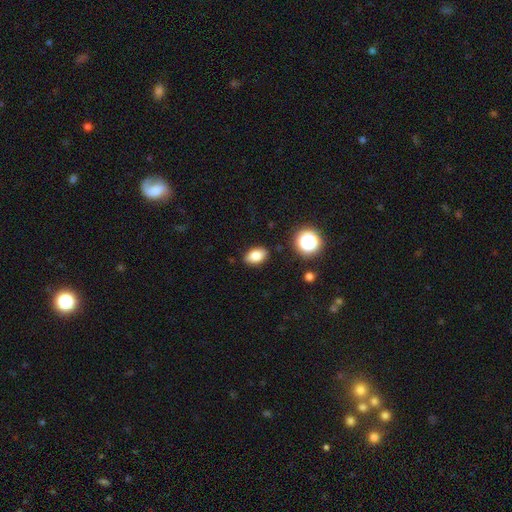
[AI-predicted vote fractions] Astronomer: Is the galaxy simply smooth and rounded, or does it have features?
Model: smooth — 82%.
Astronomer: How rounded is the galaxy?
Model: in between — 87%.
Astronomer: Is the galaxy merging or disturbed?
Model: none — 87%.